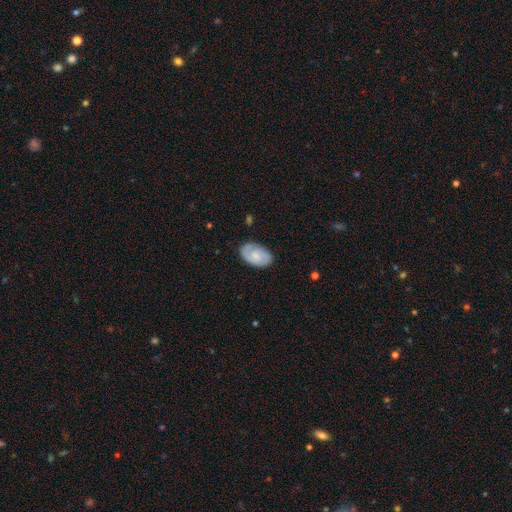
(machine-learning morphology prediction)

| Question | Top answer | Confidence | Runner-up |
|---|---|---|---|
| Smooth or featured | featured or disk | 54% | smooth (40%) |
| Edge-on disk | no | 96% | yes (4%) |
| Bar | no | 64% | weak (32%) |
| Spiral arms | yes | 89% | no (11%) |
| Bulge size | small | 51% | moderate (26%) |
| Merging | none | 77% | minor disturbance (18%) |